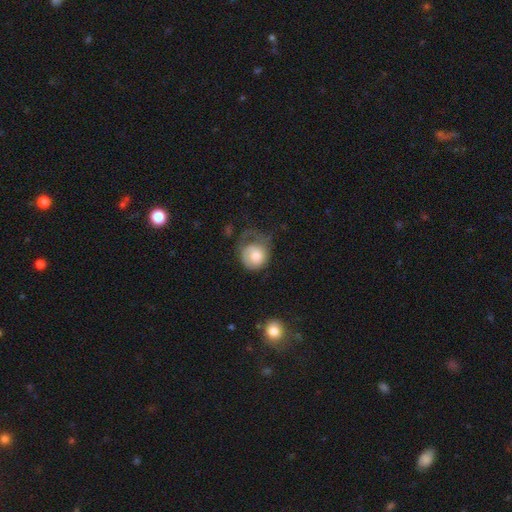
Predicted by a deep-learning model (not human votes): Morphology: type=smooth (64%); roundness=round (74%); merging=major disturbance (45%).